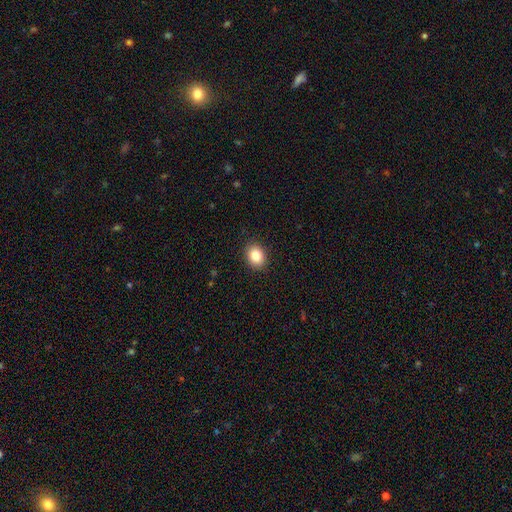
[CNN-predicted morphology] This appears to be a smooth galaxy with no disk features (84%) that is in between round and cigar-shaped (52%). Merging: none (90%).